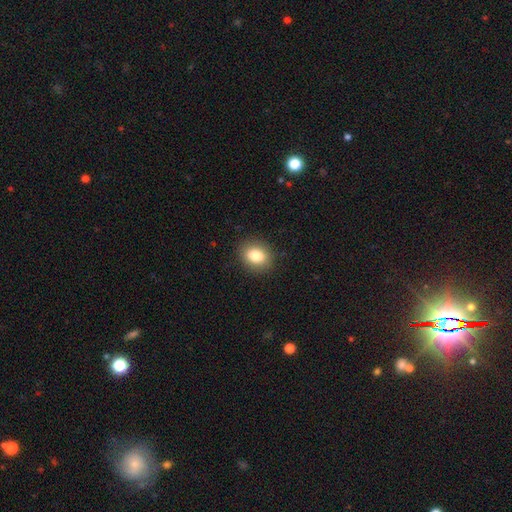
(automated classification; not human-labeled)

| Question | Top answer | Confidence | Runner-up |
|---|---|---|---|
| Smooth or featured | smooth | 82% | star or artifact (10%) |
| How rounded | round | 55% | in between (44%) |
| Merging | none | 88% | minor disturbance (8%) |